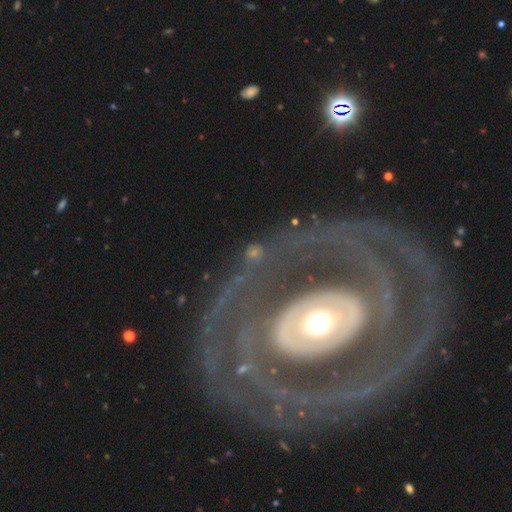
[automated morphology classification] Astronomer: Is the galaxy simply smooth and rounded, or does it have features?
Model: featured or disk — 80%.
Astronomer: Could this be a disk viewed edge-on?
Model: no — 95%.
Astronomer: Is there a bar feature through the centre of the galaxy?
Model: no — 78%.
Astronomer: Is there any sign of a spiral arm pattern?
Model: yes — 61% (runner-up: no, 39%).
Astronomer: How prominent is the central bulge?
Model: moderate — 61%.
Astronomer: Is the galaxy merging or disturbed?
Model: none — 76%.